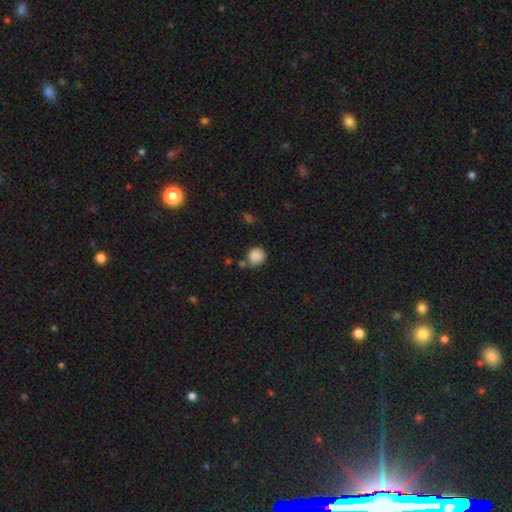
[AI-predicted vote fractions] A smooth galaxy with no disk features (87%) that is round (84%). Merging: none (66%).